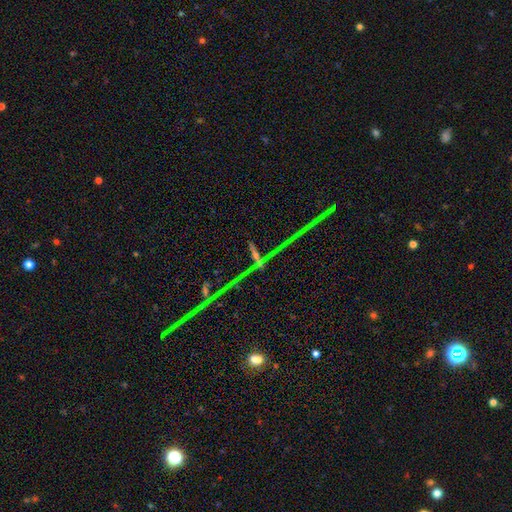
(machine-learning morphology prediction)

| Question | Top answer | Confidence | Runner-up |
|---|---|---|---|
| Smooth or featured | star or artifact | 62% | featured or disk (26%) |